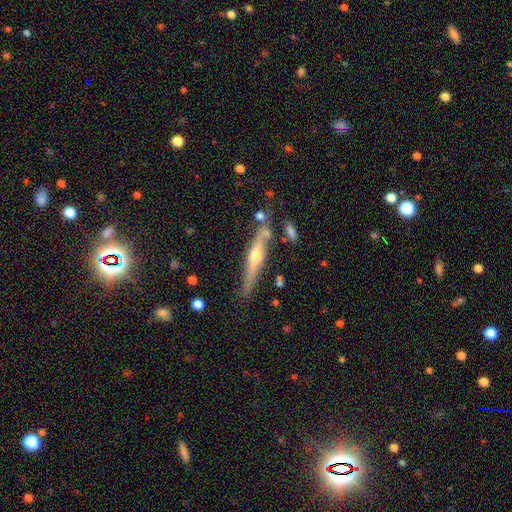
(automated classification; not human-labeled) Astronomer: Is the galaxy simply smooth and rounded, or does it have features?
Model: featured or disk — 65%.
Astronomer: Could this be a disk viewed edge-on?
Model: yes — 92%.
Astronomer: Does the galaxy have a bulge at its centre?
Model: rounded — 87%.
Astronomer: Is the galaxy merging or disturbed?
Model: none — 71%.